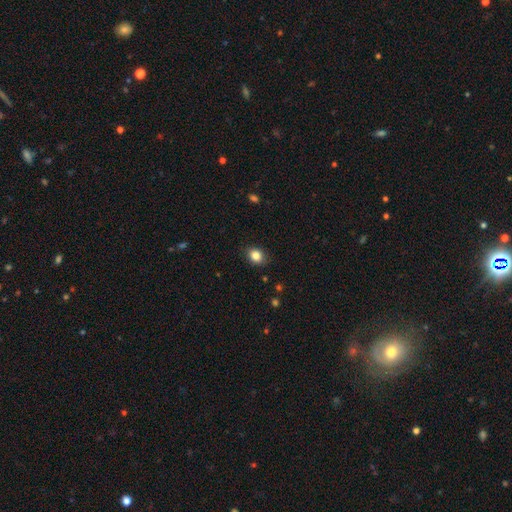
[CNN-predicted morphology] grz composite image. It shows a smooth galaxy with no disk features (85%) that is in between round and cigar-shaped (50%). Merging: none (85%).